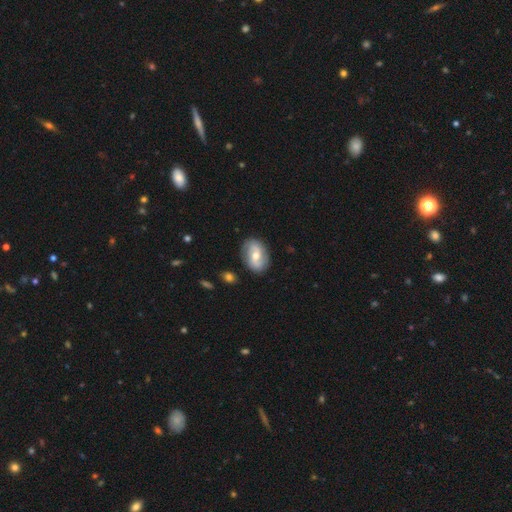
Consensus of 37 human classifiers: Overall: featured or disk (81%). Edge-on disk: no (97%). Bar: no (59%; weak 28%). Spiral arms: yes (86%). Spiral arm count: 2 (76%). Spiral winding: tight (36%, tied with loose). Bulge size: moderate (59%; small 38%). Merging: none (84%).